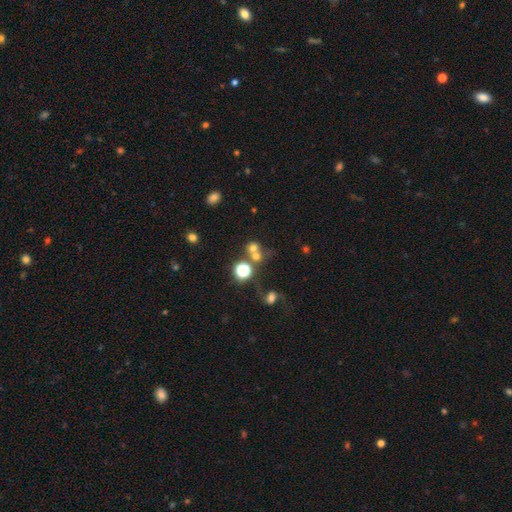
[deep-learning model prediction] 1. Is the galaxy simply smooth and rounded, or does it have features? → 61% smooth, 26% star or artifact, 13% featured or disk.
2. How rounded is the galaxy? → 85% round, 14% in between, 1% cigar-shaped.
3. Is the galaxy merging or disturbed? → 48% none, 38% merger, 8% minor disturbance, 6% major disturbance.